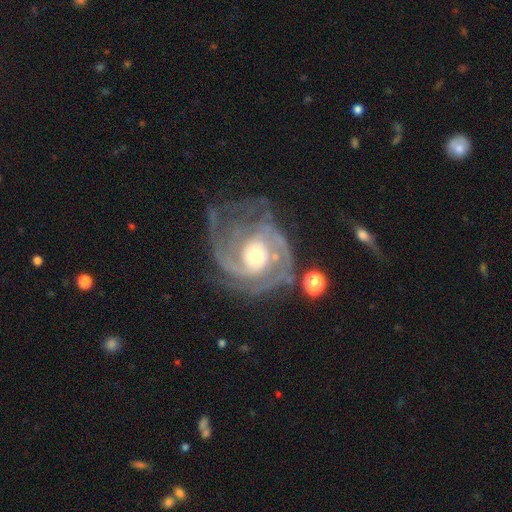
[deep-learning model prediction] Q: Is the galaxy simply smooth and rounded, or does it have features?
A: featured or disk — 90%.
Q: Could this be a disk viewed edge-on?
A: no — 98%.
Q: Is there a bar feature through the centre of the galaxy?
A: no — 70%.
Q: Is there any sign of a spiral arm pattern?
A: yes — 97%.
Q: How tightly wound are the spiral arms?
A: tight — 58%.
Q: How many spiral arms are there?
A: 2 — 42%.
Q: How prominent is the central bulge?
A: moderate — 61%.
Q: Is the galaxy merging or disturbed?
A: none — 55%.